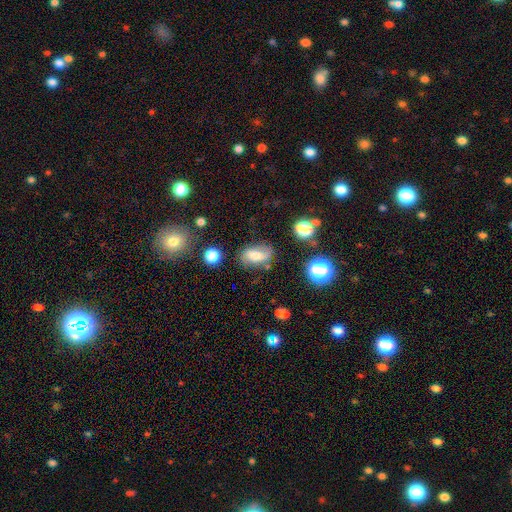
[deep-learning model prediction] This appears to be a smooth galaxy with no disk features (48%). Merging: none (68%).